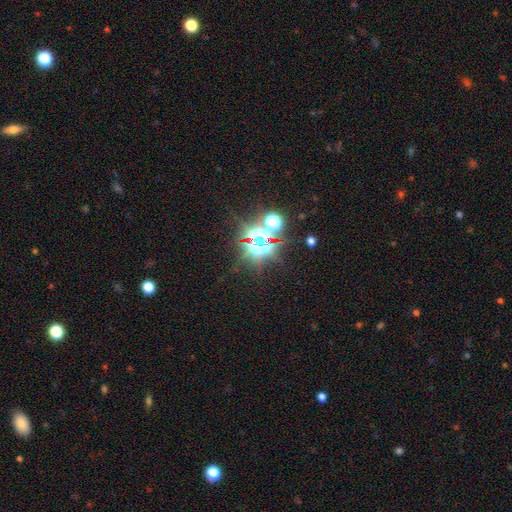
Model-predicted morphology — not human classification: This is clearly a star or artifact rather than a galaxy (80%).